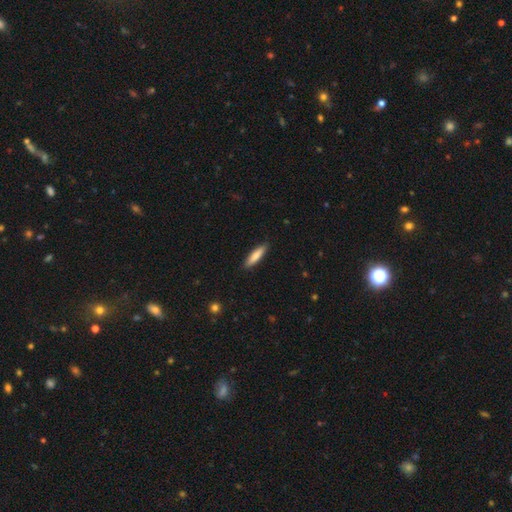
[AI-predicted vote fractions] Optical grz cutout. It shows a smooth galaxy with no disk features (79%) that is cigar-shaped (73%). Merging: none (89%).